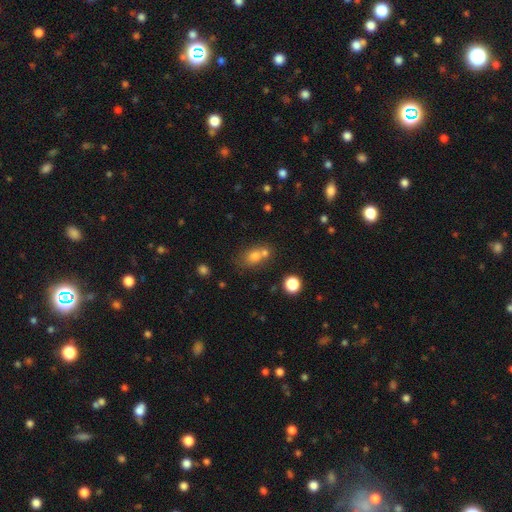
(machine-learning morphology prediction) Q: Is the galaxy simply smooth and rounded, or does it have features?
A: smooth — 70%.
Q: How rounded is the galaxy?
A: in between — 52%.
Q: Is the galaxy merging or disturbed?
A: none — 47%.